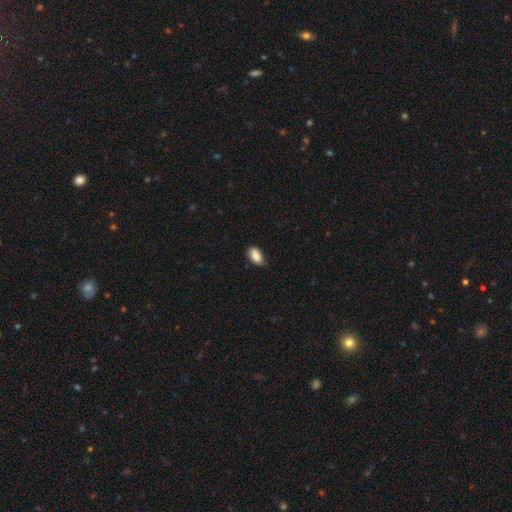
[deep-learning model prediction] Smooth or featured: smooth — 87% (star or artifact — 7%)
How rounded: in between — 92% (round — 5%)
Merging: none — 66% (minor disturbance — 29%)